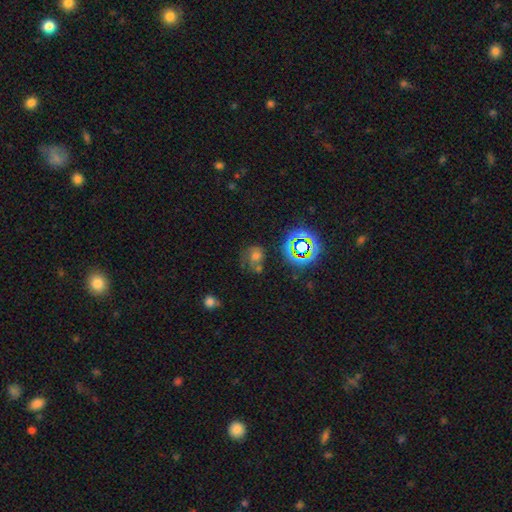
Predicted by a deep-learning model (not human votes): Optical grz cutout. It shows a smooth galaxy with no disk features (47%). Merging: none (49%).